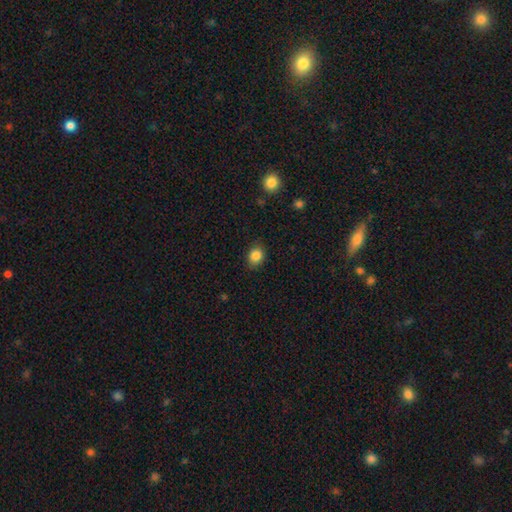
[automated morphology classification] Smooth or featured? Predicted: smooth (p=0.86). How rounded? Predicted: round (p=0.52). Merging? Predicted: none (p=0.84).